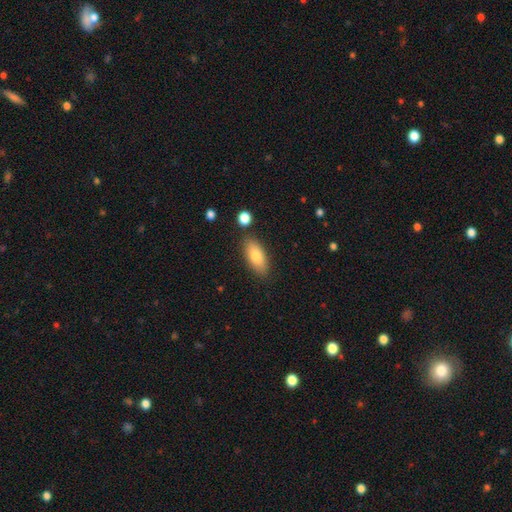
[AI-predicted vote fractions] A smooth galaxy with no disk features (78%) that is in between round and cigar-shaped (83%). Merging: none (84%).